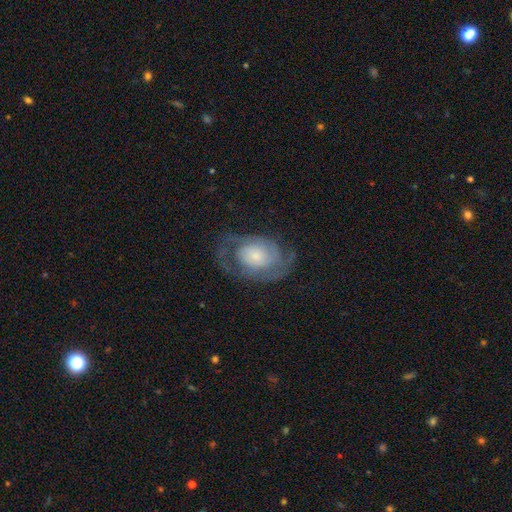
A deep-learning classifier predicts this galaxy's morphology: A featured or disk galaxy (77%) with no bar (74%), 2 (61%) tight (48%) spiral arms (89%) and a small central bulge (47%). Merging: none (66%).